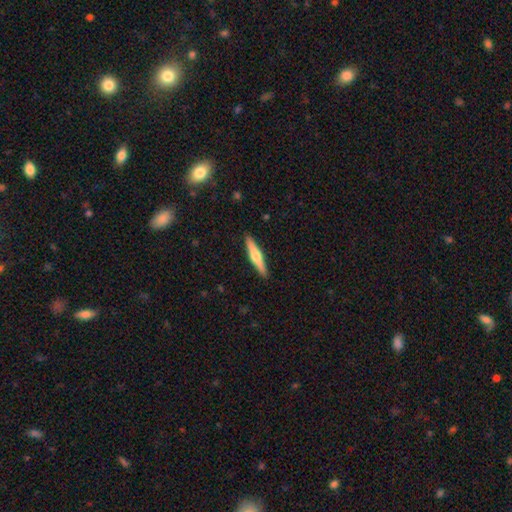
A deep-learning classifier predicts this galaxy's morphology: Smooth or featured?
  - featured or disk: 53% *
  - smooth: 42%
  - star or artifact: 5%
Edge-on disk?
  - yes: 97% *
  - no: 3%
Edge-on bulge?
  - rounded: 89% *
  - none: 6%
  - boxy: 5%
Merging?
  - none: 91% *
  - minor disturbance: 6%
  - major disturbance: 1%
  - merger: 1%